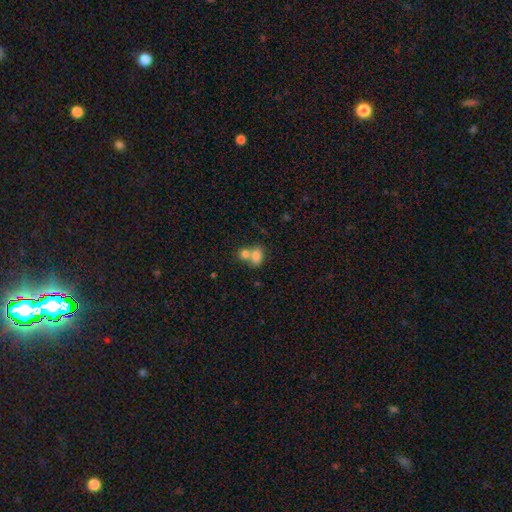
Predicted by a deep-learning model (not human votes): Smooth or featured?
  - smooth: 79% *
  - featured or disk: 11%
  - star or artifact: 10%
How rounded?
  - in between: 76% *
  - round: 23%
  - cigar-shaped: 2%
Merging?
  - merger: 55% *
  - none: 33%
  - minor disturbance: 8%
  - major disturbance: 4%